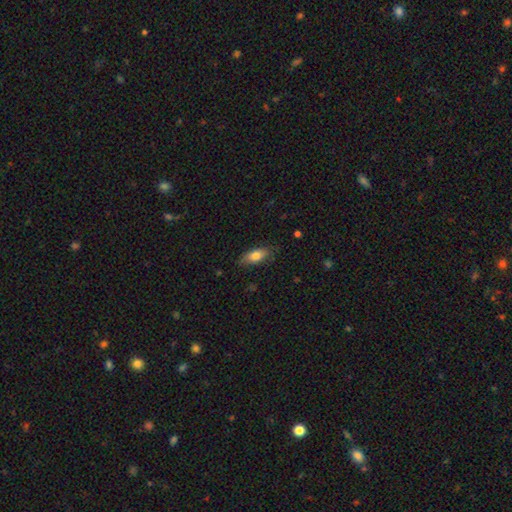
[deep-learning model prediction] Smooth or featured: smooth — 77% (featured or disk — 16%)
How rounded: in between — 80% (cigar-shaped — 16%)
Merging: none — 79% (minor disturbance — 17%)